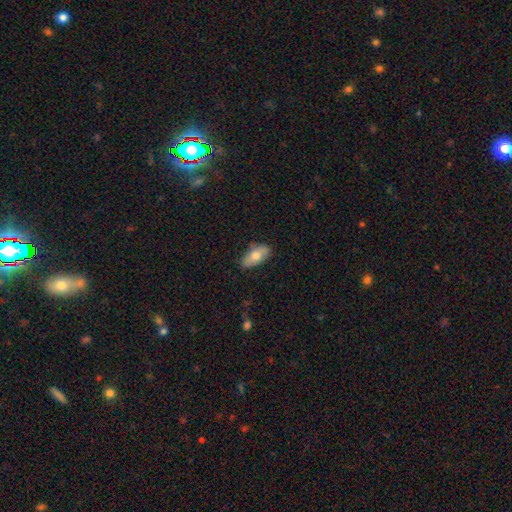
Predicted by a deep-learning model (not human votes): Q: Smooth or featured?
A: smooth (70%); runner-up: featured or disk (23%)
Q: How rounded?
A: in between (88%); runner-up: cigar-shaped (9%)
Q: Merging?
A: none (76%); runner-up: minor disturbance (19%)